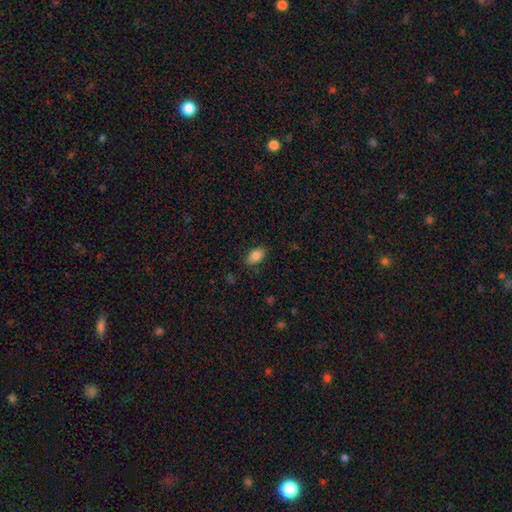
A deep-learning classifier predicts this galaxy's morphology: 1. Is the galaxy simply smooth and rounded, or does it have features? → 84% smooth, 8% featured or disk, 8% star or artifact.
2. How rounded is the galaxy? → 91% in between, 7% round, 2% cigar-shaped.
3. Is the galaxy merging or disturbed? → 84% none, 12% minor disturbance, 3% major disturbance, 1% merger.